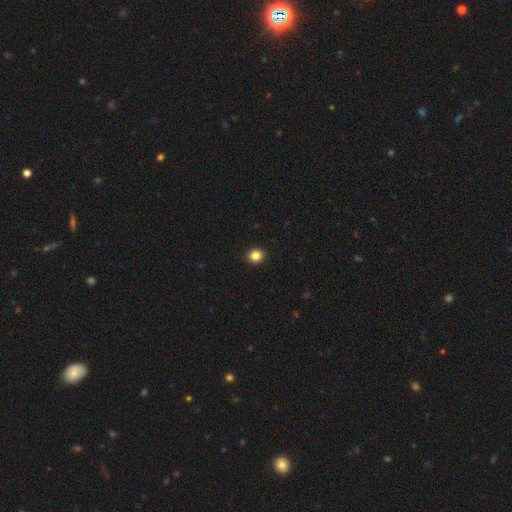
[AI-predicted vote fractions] The model was most divided on "how rounded": round: 83%, in between: 16%, cigar-shaped: 1%. More confident: merging — none (93%); smooth or featured — smooth (85%).